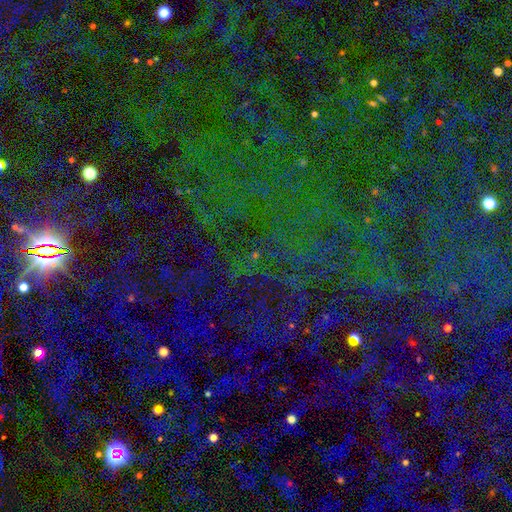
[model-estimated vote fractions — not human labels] smooth_or_featured: star or artifact (p=0.79) [alt: smooth p=0.13]